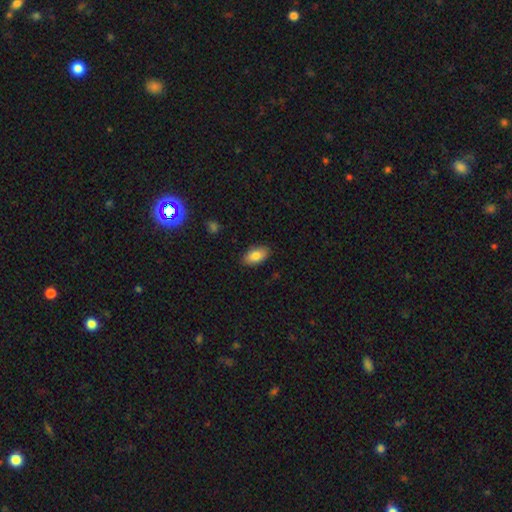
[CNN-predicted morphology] This appears to be a smooth galaxy with no disk features (82%) that is in between round and cigar-shaped (93%). Merging: none (88%).